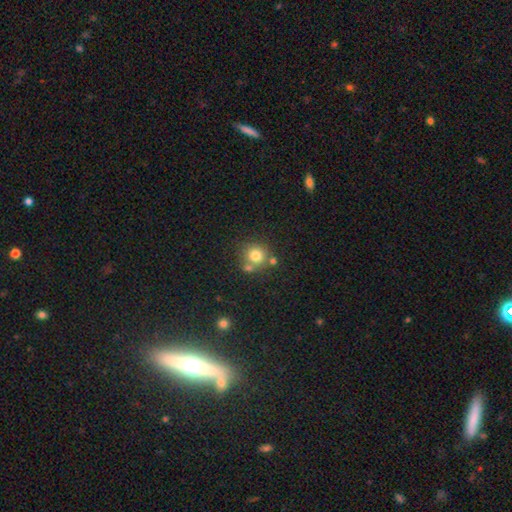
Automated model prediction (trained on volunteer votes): A smooth galaxy with no disk features (77%) that is round (89%). Merging: none (65%).